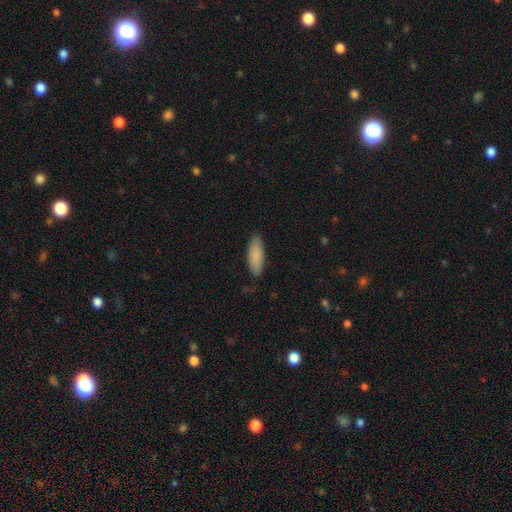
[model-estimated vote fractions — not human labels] smooth 86%, featured or disk 8%, star or artifact 5%. Down the decision tree: how rounded — in between (68%); merging — none (84%).